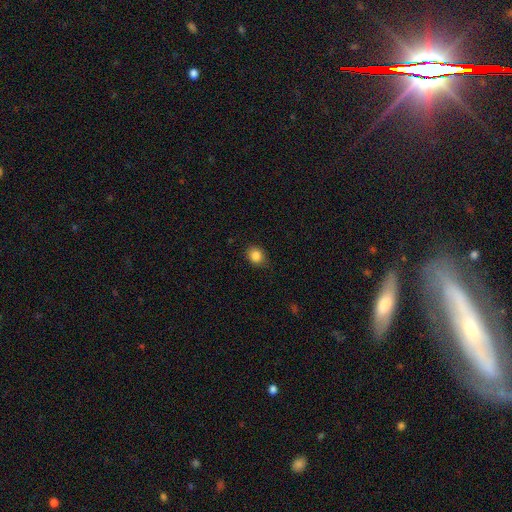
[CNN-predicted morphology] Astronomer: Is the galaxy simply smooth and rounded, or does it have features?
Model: smooth — 85%.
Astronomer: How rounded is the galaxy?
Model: round — 65%.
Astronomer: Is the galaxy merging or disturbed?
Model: none — 81%.